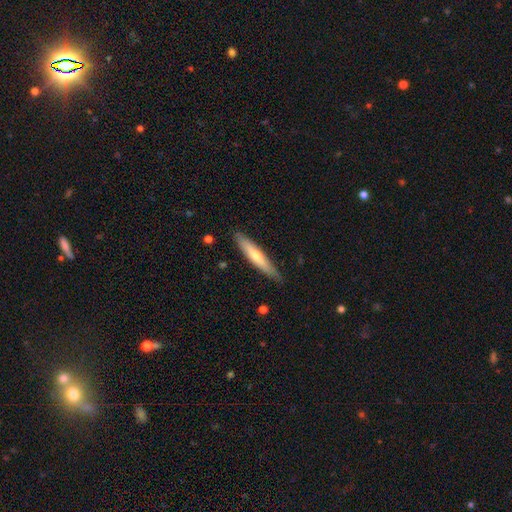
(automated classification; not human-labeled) The model was most divided on "smooth or featured": smooth: 59%, featured or disk: 35%, star or artifact: 5%. More confident: how rounded — cigar-shaped (90%); merging — none (85%).